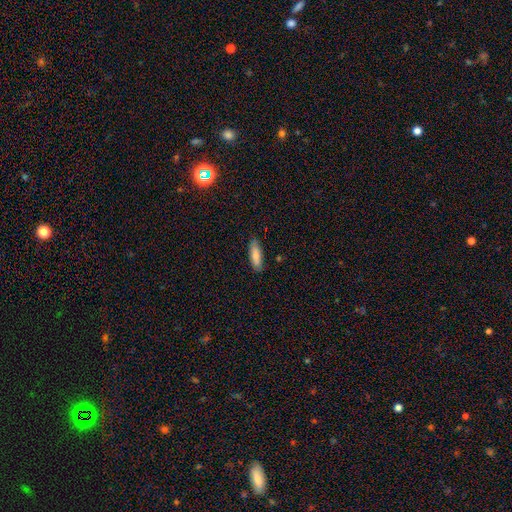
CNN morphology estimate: Smooth or featured?
  - smooth: 81% *
  - featured or disk: 13%
  - star or artifact: 6%
How rounded?
  - in between: 55% *
  - cigar-shaped: 43%
  - round: 2%
Merging?
  - none: 83% *
  - minor disturbance: 13%
  - major disturbance: 2%
  - merger: 1%